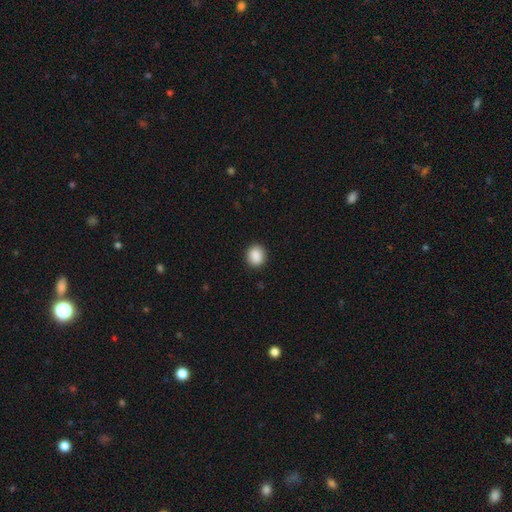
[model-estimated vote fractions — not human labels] Q: Smooth or featured?
A: smooth (89%); runner-up: star or artifact (8%)
Q: How rounded?
A: round (74%); runner-up: in between (25%)
Q: Merging?
A: none (90%); runner-up: minor disturbance (7%)